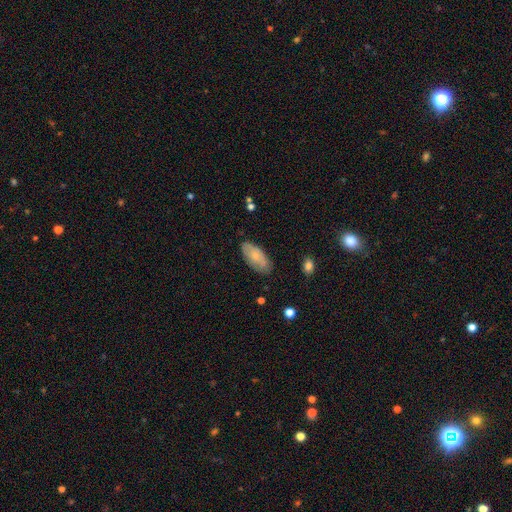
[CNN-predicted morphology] Overall: smooth (64%; featured or disk 29%). How rounded: in between (90%). Merging: none (78%).